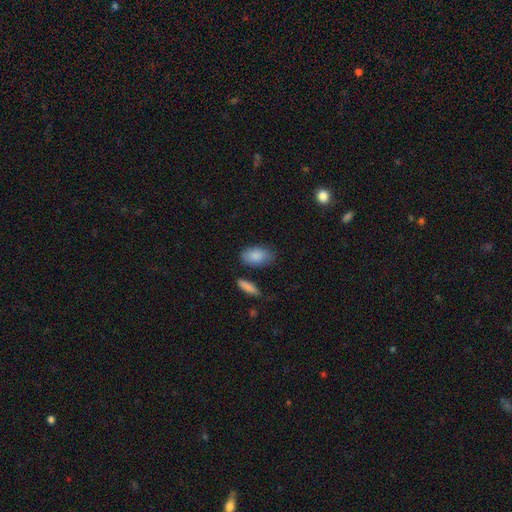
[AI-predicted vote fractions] smooth_or_featured: smooth (p=0.88) [alt: featured or disk p=0.06]
how_rounded: in between (p=0.92) [alt: round p=0.06]
merging: none (p=0.76) [alt: minor disturbance p=0.15]